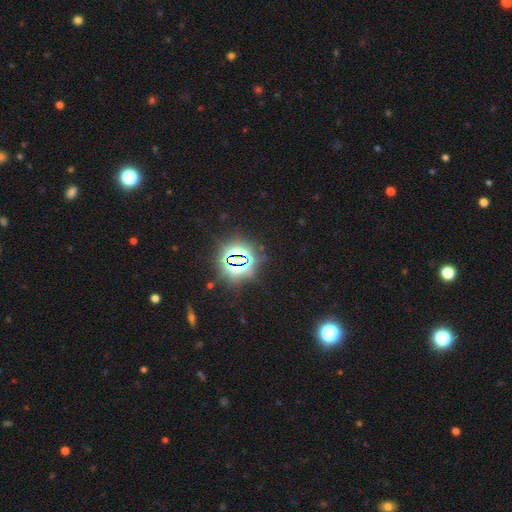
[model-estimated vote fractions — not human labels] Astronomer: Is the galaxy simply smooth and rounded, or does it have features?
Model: star or artifact — 82%.